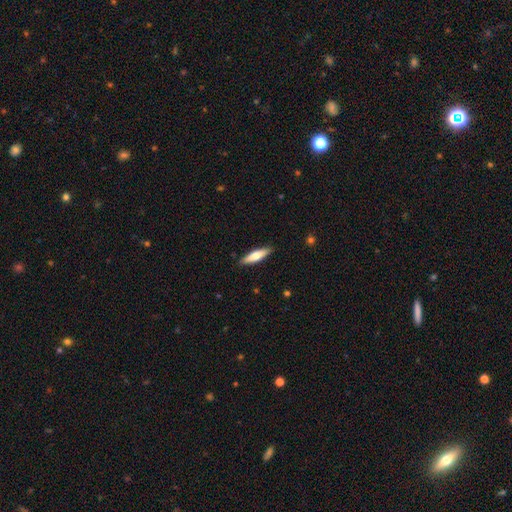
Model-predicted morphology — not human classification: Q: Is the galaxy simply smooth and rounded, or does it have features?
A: smooth — 61%.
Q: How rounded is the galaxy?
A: cigar-shaped — 69%.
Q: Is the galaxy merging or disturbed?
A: none — 89%.